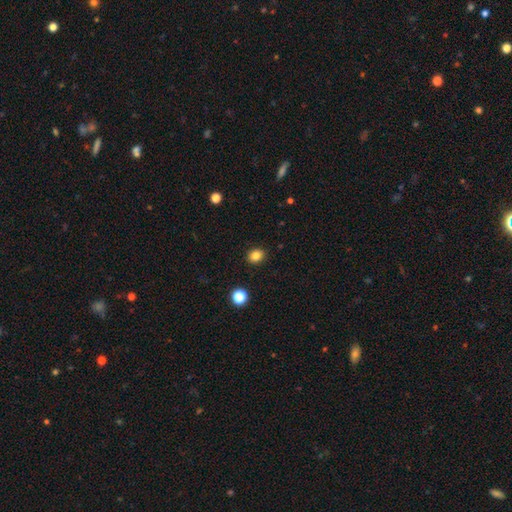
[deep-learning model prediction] Smooth or featured? Predicted: smooth (p=0.84). How rounded? Predicted: round (p=0.58). Merging? Predicted: none (p=0.90).